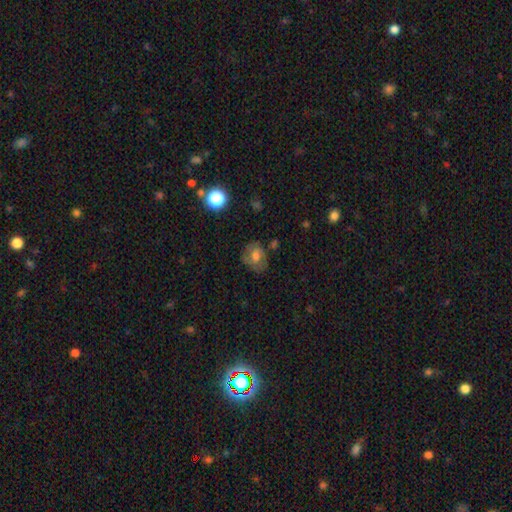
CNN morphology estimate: smooth_or_featured: smooth (p=0.55) [alt: featured or disk p=0.34]
how_rounded: round (p=0.53) [alt: in between p=0.45]
merging: none (p=0.66) [alt: minor disturbance p=0.22]